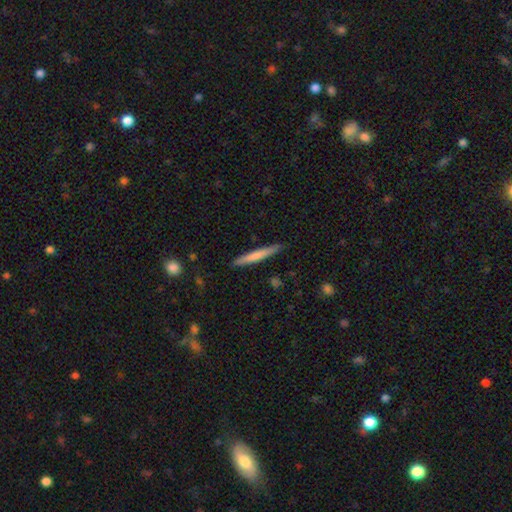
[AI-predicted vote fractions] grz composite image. It shows a smooth galaxy with no disk features (63%) that is cigar-shaped (96%). Merging: none (88%).